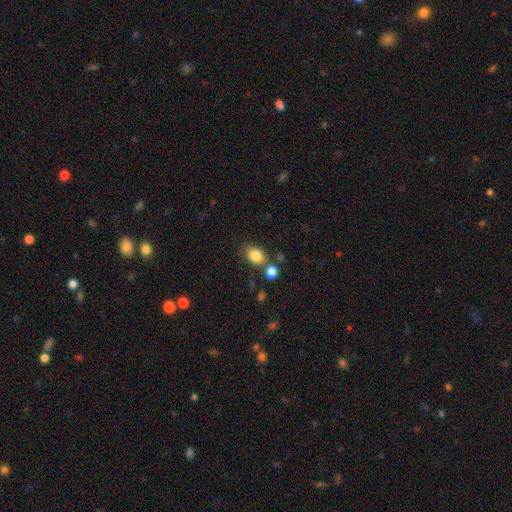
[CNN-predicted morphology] Q: Smooth or featured?
A: smooth (85%); runner-up: star or artifact (9%)
Q: How rounded?
A: in between (73%); runner-up: round (26%)
Q: Merging?
A: none (69%); runner-up: merger (15%)